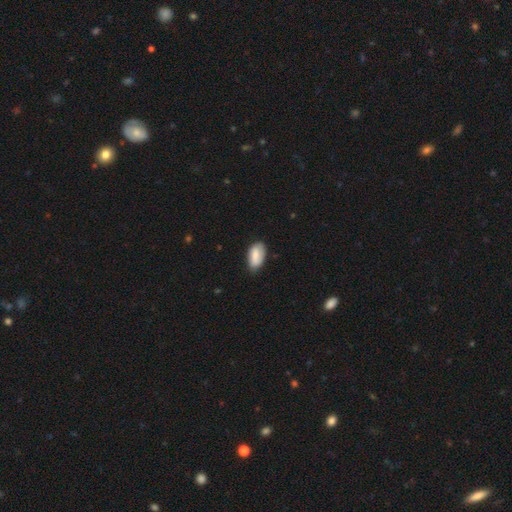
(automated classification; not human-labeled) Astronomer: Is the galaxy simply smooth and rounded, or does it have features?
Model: smooth — 77%.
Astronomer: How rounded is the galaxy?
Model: in between — 94%.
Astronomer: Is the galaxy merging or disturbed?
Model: none — 75%.